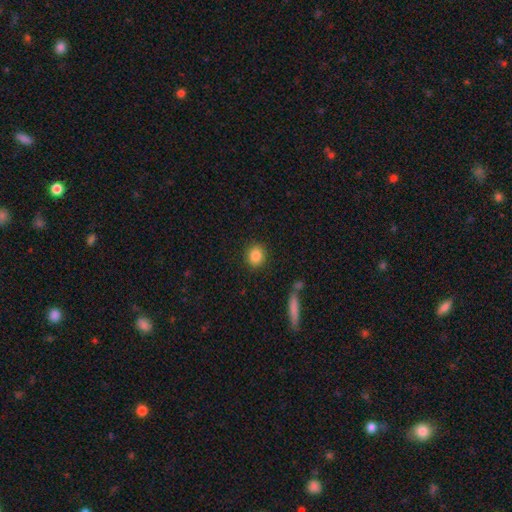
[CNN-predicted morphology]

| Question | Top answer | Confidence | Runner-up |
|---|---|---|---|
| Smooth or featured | smooth | 86% | star or artifact (9%) |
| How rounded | round | 70% | in between (28%) |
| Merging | none | 88% | minor disturbance (8%) |